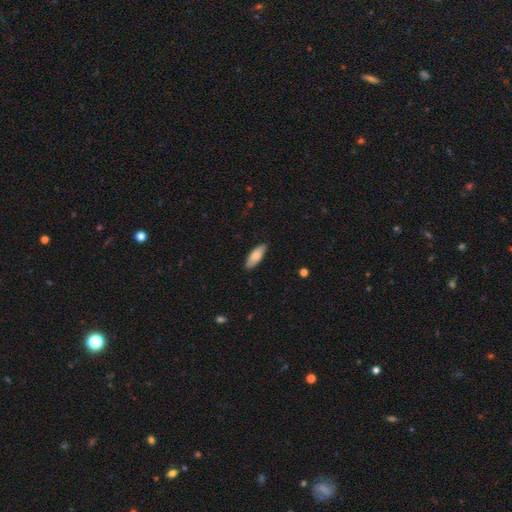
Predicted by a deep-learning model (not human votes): smooth_or_featured: smooth (p=0.83) [alt: featured or disk p=0.12]
how_rounded: in between (p=0.74) [alt: cigar-shaped p=0.25]
merging: none (p=0.86) [alt: minor disturbance p=0.11]